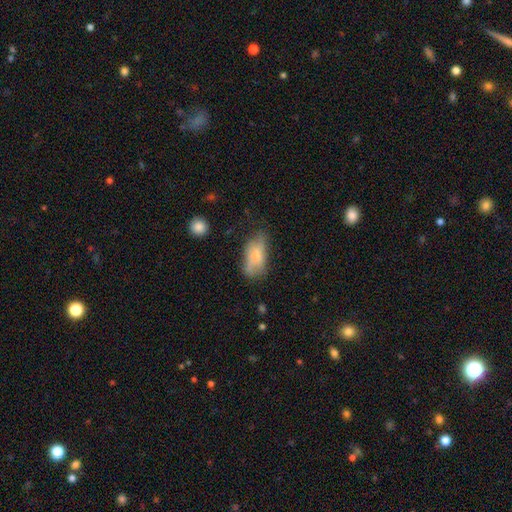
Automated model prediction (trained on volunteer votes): The model was most divided on "merging": none: 47%, minor disturbance: 34%, major disturbance: 16%, merger: 3%. More confident: how rounded — in between (87%); smooth or featured — smooth (60%).